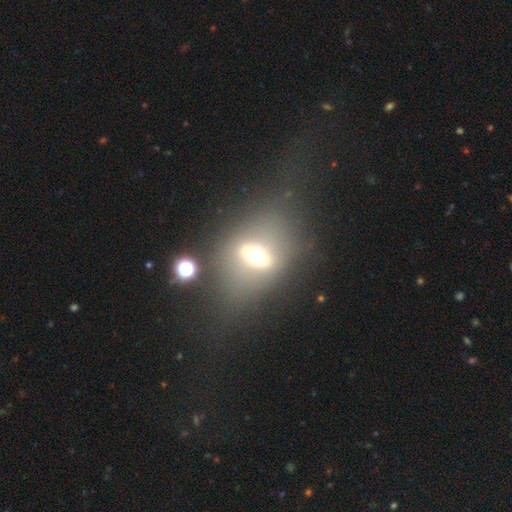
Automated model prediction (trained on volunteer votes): Smooth or featured? featured or disk (45%)
Merging? none (57%)